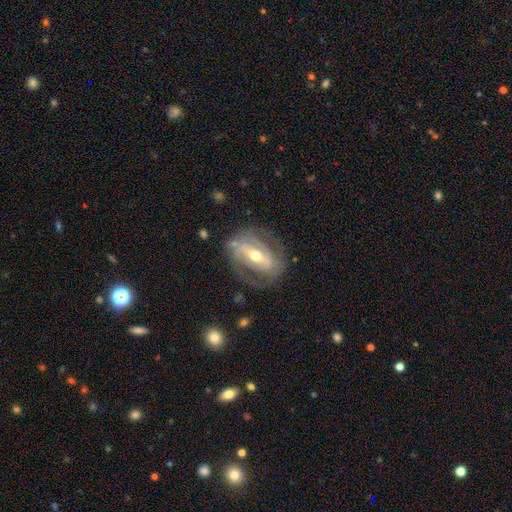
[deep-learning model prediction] Q: Smooth or featured?
A: featured or disk (78%); runner-up: smooth (16%)
Q: Edge-on disk?
A: no (88%); runner-up: yes (12%)
Q: Bar?
A: strong (61%); runner-up: weak (25%)
Q: Spiral arms?
A: yes (71%); runner-up: no (29%)
Q: Bulge size?
A: moderate (67%); runner-up: small (27%)
Q: Merging?
A: none (64%); runner-up: minor disturbance (20%)